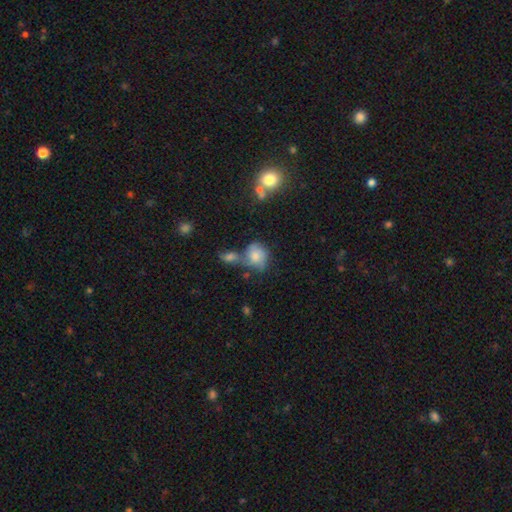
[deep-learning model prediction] The model was most divided on "merging": merger: 38%, none: 34%, minor disturbance: 17%, major disturbance: 10%. More confident: smooth or featured — smooth (63%); how rounded — round (61%).